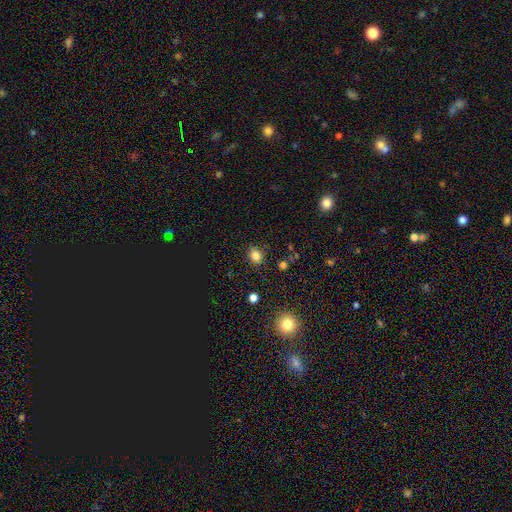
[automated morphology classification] Overall: smooth (81%). How rounded: round (59%; in between 40%). Merging: none (86%).